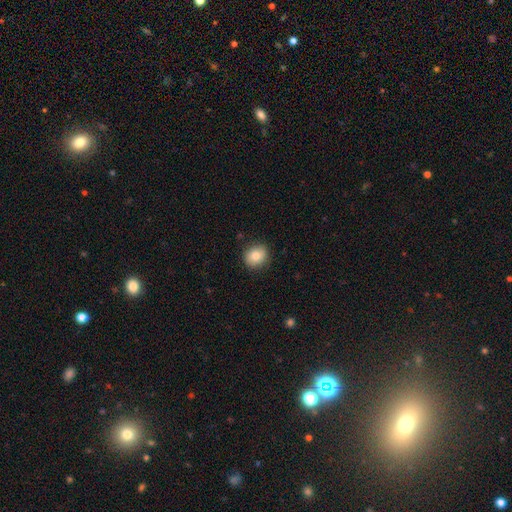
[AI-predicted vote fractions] A smooth galaxy with no disk features (81%) that is round (78%).

Vote fractions:
- Smooth or featured? smooth: 81% / featured or disk: 10% / star or artifact: 9%
- How rounded? round: 78% / in between: 21% / cigar-shaped: 1%
- Merging? none: 87% / minor disturbance: 9% / major disturbance: 2% / merger: 1%